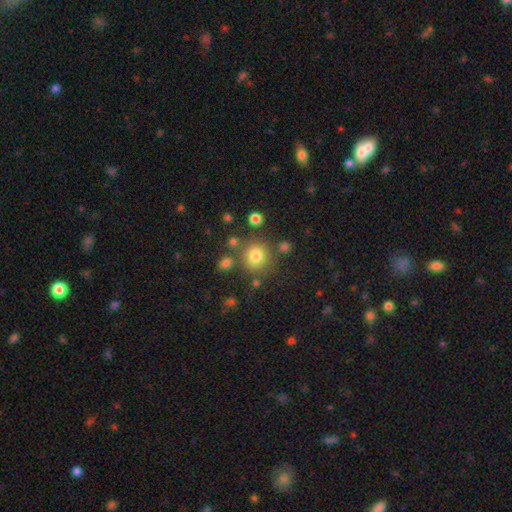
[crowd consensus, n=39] Smooth or featured?
  - smooth: 72% *
  - featured or disk: 18%
  - star or artifact: 10%
How rounded?
  - round: 96% *
  - in between: 4%
  - cigar-shaped: 0%
Merging?
  - none: 51% *
  - merger: 29%
  - minor disturbance: 11%
  - major disturbance: 9%